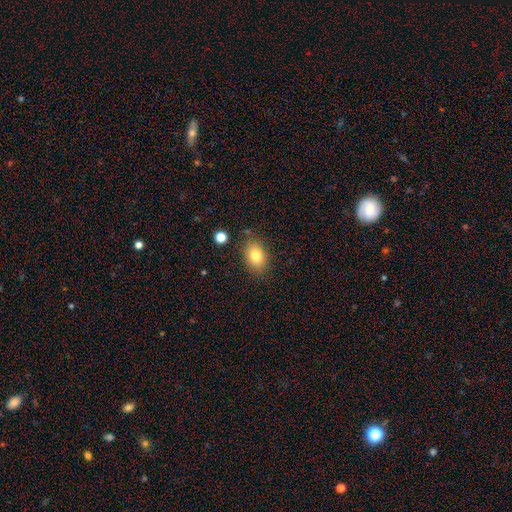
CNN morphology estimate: smooth 81%, featured or disk 10%, star or artifact 9%. Down the decision tree: how rounded — in between (80%); merging — none (82%).